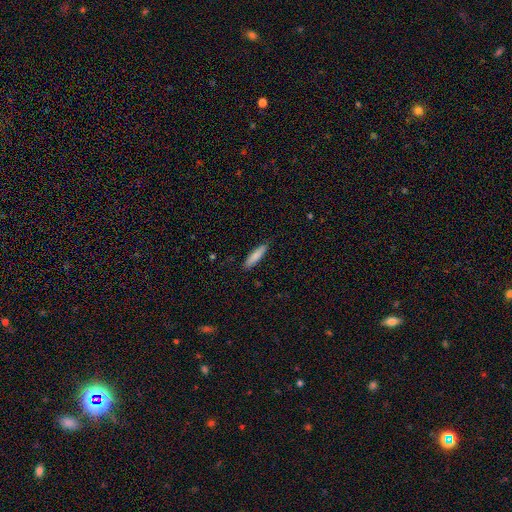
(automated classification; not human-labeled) Q: Smooth or featured?
A: smooth (83%); runner-up: featured or disk (11%)
Q: How rounded?
A: cigar-shaped (79%); runner-up: in between (20%)
Q: Merging?
A: none (87%); runner-up: minor disturbance (10%)